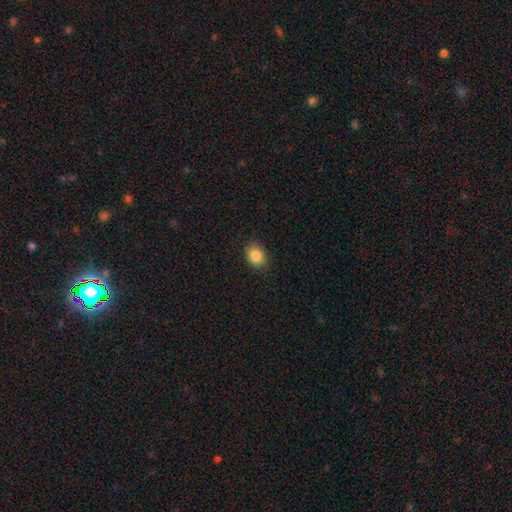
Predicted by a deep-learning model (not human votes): smooth_or_featured: smooth (p=0.86) [alt: star or artifact p=0.09]
how_rounded: round (p=0.50) [alt: in between p=0.49]
merging: none (p=0.86) [alt: minor disturbance p=0.10]